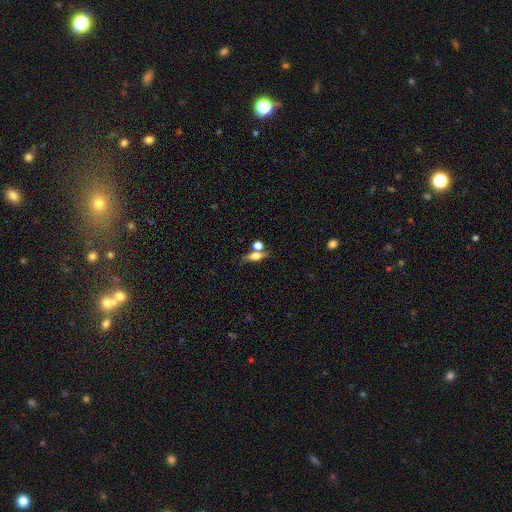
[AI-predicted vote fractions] This appears to be a smooth galaxy with no disk features (55%) that is in between round and cigar-shaped (48%). Merging: none (59%).